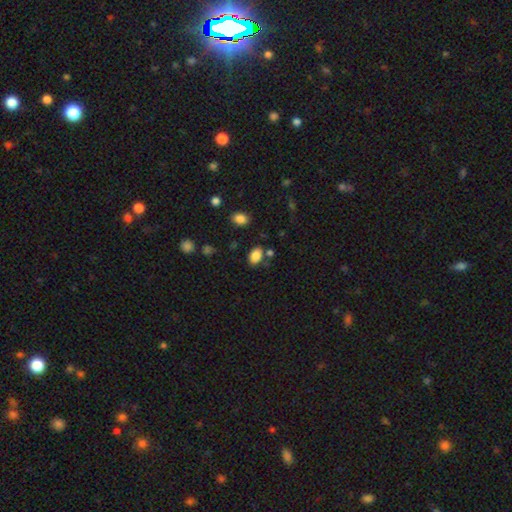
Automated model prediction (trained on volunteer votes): This appears to be a smooth galaxy with no disk features (85%) that is in between round and cigar-shaped (83%). Merging: none (74%).